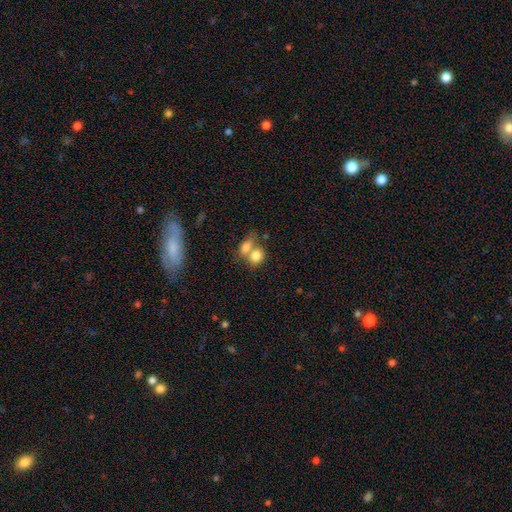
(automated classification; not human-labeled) Smooth or featured? smooth (79%)
How rounded? round (49%, tied with in between)
Merging? merger (57%)